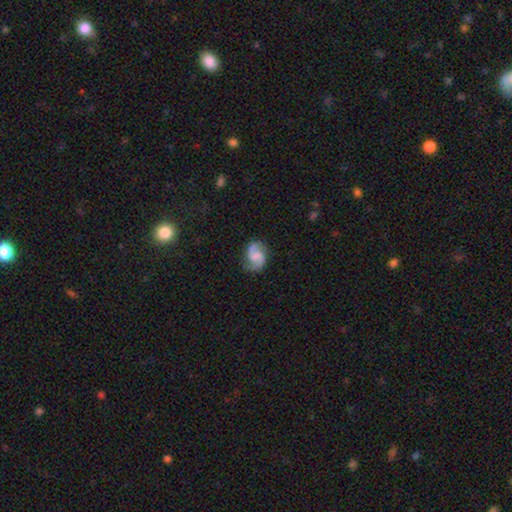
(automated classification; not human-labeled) Q: Smooth or featured?
A: featured or disk (84%); runner-up: smooth (10%)
Q: Edge-on disk?
A: no (98%); runner-up: yes (2%)
Q: Bar?
A: weak (44%); tied with: no (44%)
Q: Spiral arms?
A: yes (97%); runner-up: no (3%)
Q: Spiral winding?
A: medium (53%); runner-up: loose (30%)
Q: Spiral arm count?
A: 2 (93%); runner-up: can't tell (2%)
Q: Bulge size?
A: none (55%); runner-up: small (20%)
Q: Merging?
A: none (80%); runner-up: minor disturbance (14%)